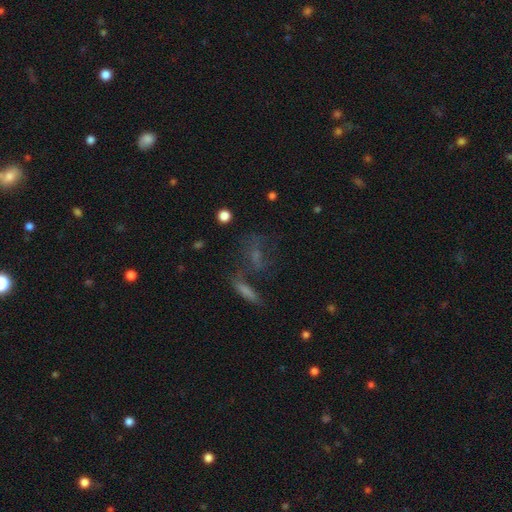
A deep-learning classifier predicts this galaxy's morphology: smooth_or_featured: smooth (p=0.41) [alt: featured or disk p=0.31]
merging: none (p=0.48) [alt: merger p=0.24]